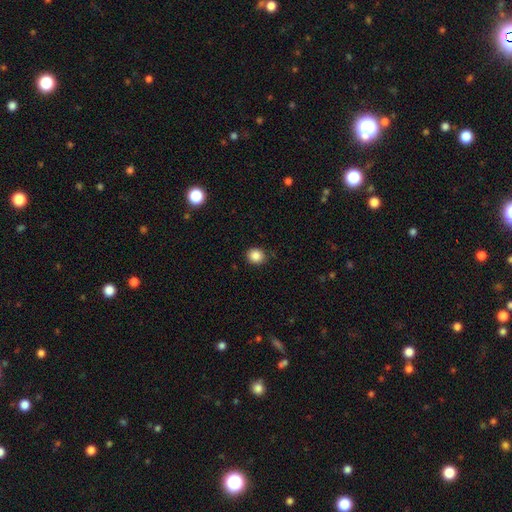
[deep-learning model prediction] Smooth or featured?
  - smooth: 87% *
  - star or artifact: 10%
  - featured or disk: 4%
How rounded?
  - round: 83% *
  - in between: 16%
  - cigar-shaped: 1%
Merging?
  - none: 86% *
  - minor disturbance: 11%
  - major disturbance: 2%
  - merger: 1%